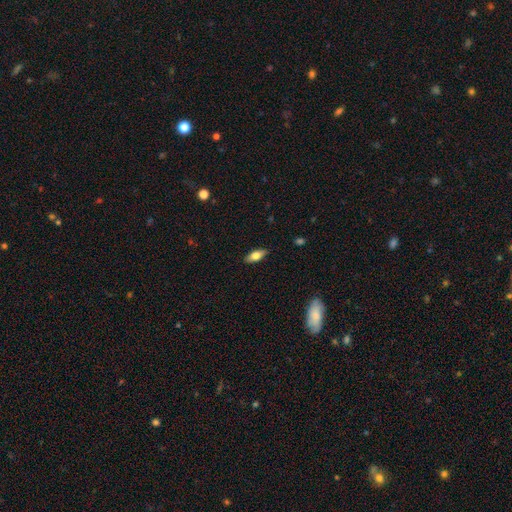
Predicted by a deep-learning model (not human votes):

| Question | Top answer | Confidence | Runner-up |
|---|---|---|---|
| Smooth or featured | smooth | 69% | featured or disk (24%) |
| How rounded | in between | 79% | cigar-shaped (18%) |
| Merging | none | 87% | minor disturbance (10%) |